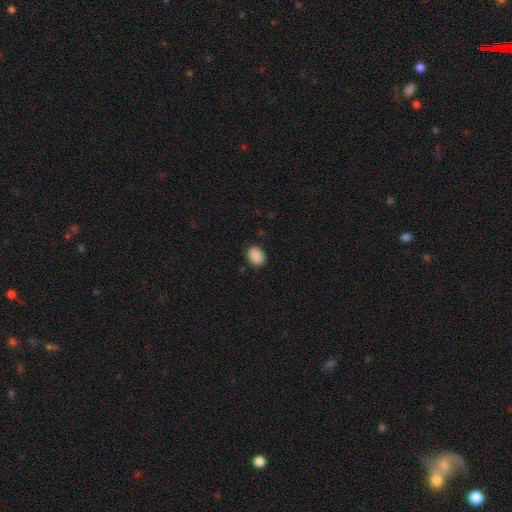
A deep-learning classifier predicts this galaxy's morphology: smooth-or-featured: smooth: 90% | star or artifact: 8% | featured or disk: 2%
  how-rounded: in between: 62% | round: 37% | cigar-shaped: 1%
  merging: none: 87% | minor disturbance: 10% | major disturbance: 2% | merger: 1%